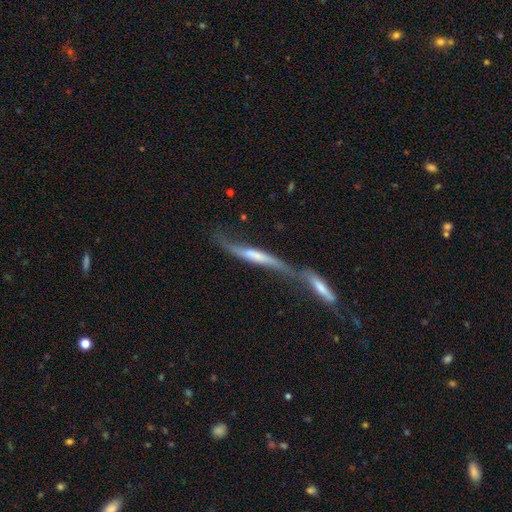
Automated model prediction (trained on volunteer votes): Smooth or featured: featured or disk — 61% (smooth — 32%)
Edge-on disk: yes — 65% (no — 35%)
Merging: merger — 59% (none — 20%)